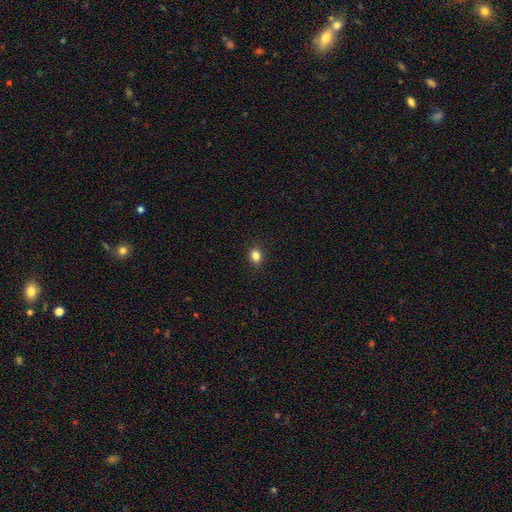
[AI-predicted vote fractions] A smooth galaxy with no disk features (84%) that is round (63%). Merging: none (90%).